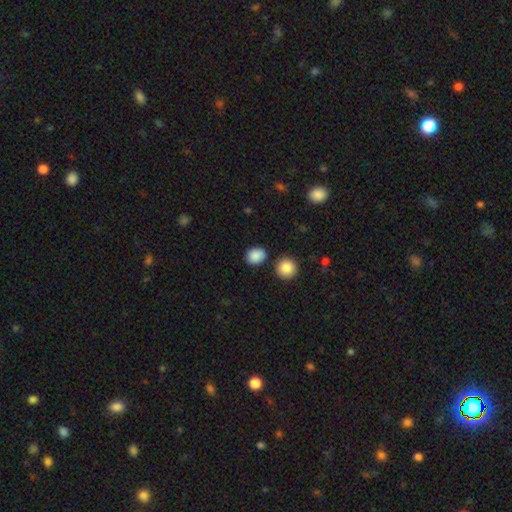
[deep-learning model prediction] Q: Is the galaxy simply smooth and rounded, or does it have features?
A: smooth — 88%.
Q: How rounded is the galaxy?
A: round — 55%.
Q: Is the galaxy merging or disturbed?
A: none — 81%.